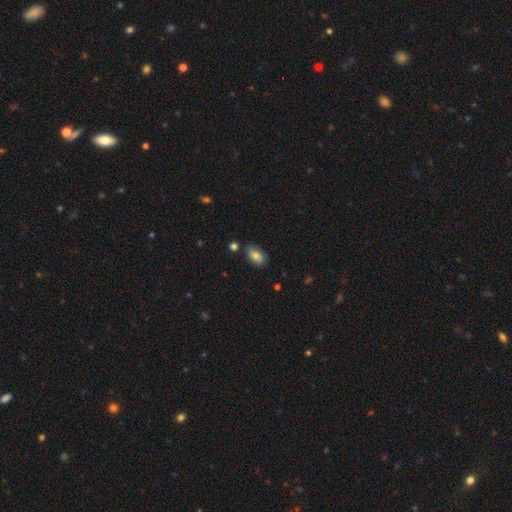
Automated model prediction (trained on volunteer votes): Smooth or featured? smooth (77%)
How rounded? in between (91%)
Merging? none (81%)